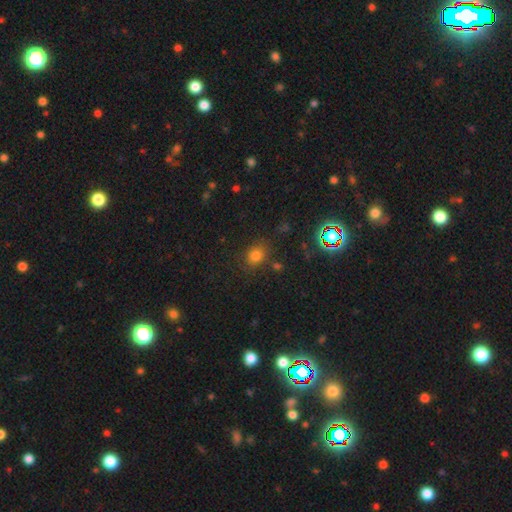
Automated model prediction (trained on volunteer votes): A smooth galaxy with no disk features (73%) that is round (61%).

Vote fractions:
- Smooth or featured? smooth: 73% / star or artifact: 20% / featured or disk: 7%
- How rounded? round: 61% / in between: 38% / cigar-shaped: 1%
- Merging? none: 77% / minor disturbance: 13% / major disturbance: 5% / merger: 5%